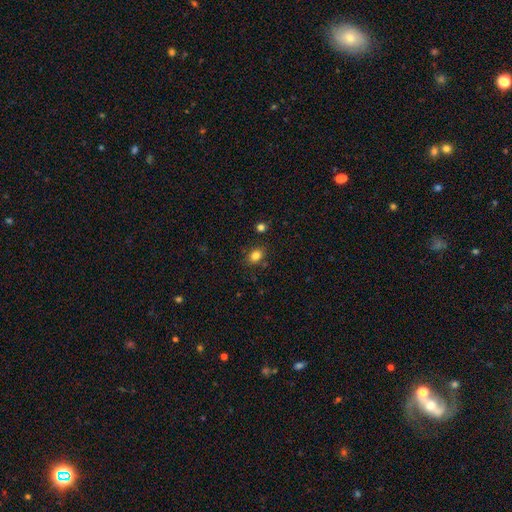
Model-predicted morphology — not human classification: Smooth or featured? Predicted: smooth (p=0.82). How rounded? Predicted: in between (p=0.58). Merging? Predicted: none (p=0.80).